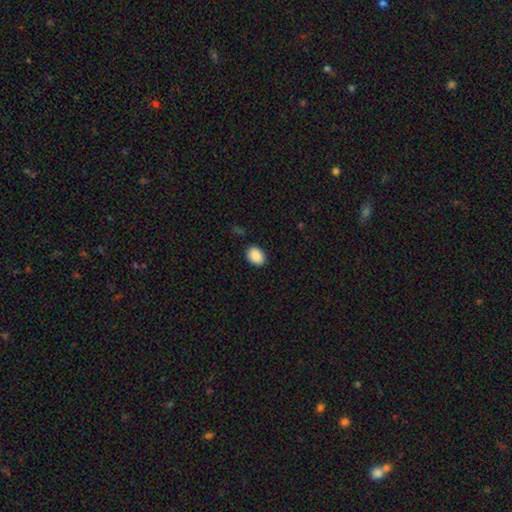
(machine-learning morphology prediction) This is clearly a smooth galaxy (89%). How rounded: likely in between (75%). Merging: clearly none (88%).